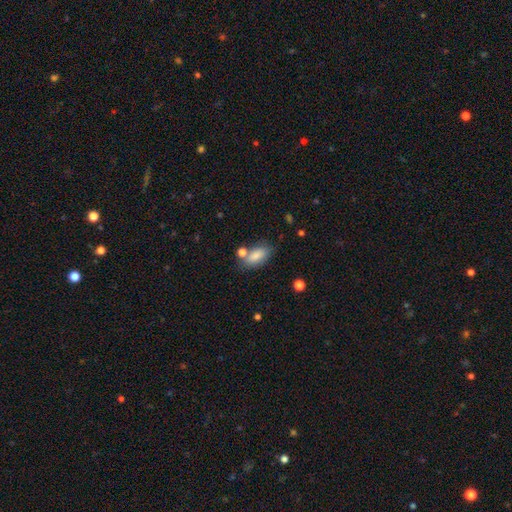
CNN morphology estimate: smooth-or-featured: smooth: 84% | featured or disk: 9% | star or artifact: 8%
  how-rounded: in between: 86% | cigar-shaped: 10% | round: 4%
  merging: none: 65% | minor disturbance: 16% | merger: 15% | major disturbance: 5%